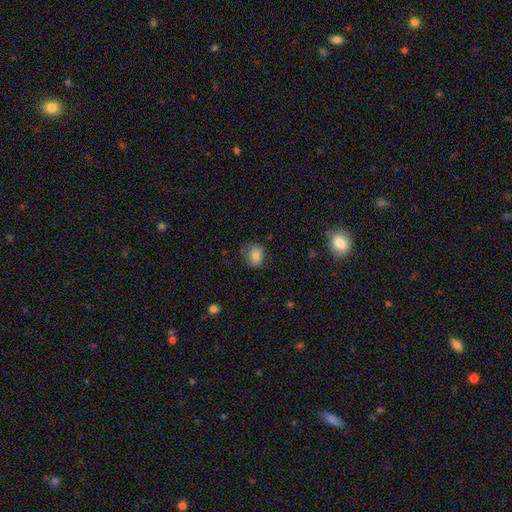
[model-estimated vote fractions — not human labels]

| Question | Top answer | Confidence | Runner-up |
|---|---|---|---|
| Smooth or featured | smooth | 78% | featured or disk (11%) |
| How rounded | in between | 54% | round (45%) |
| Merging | none | 67% | minor disturbance (24%) |